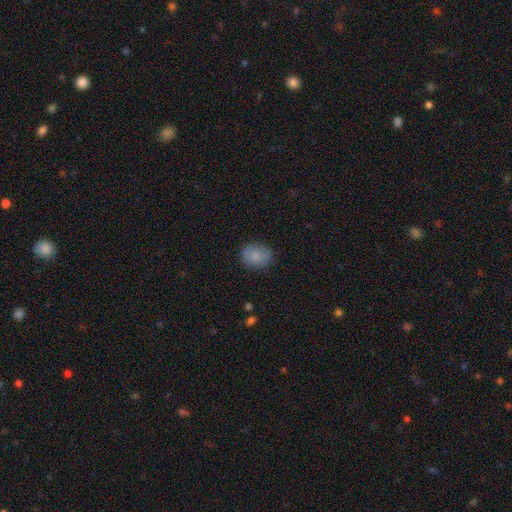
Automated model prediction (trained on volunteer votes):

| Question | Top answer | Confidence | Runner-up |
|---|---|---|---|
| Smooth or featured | smooth | 86% | star or artifact (8%) |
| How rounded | in between | 58% | round (41%) |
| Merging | none | 83% | minor disturbance (13%) |